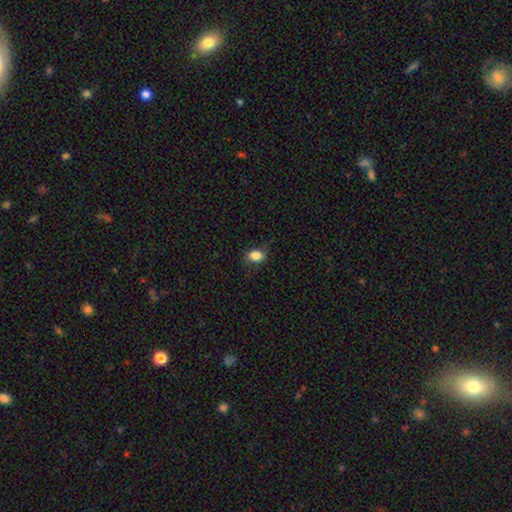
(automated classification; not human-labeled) smooth-or-featured: smooth: 85% | star or artifact: 9% | featured or disk: 6%
  how-rounded: in between: 69% | round: 30% | cigar-shaped: 1%
  merging: none: 74% | minor disturbance: 19% | major disturbance: 6% | merger: 1%